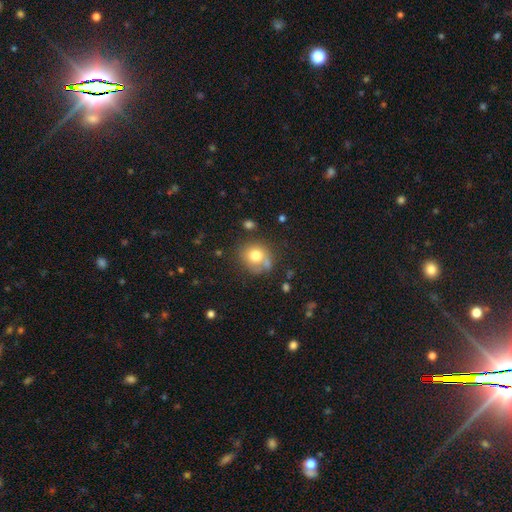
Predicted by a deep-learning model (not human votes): smooth-or-featured: smooth: 75% | featured or disk: 14% | star or artifact: 10%
  how-rounded: round: 80% | in between: 19% | cigar-shaped: 1%
  merging: none: 60% | minor disturbance: 20% | merger: 12% | major disturbance: 8%